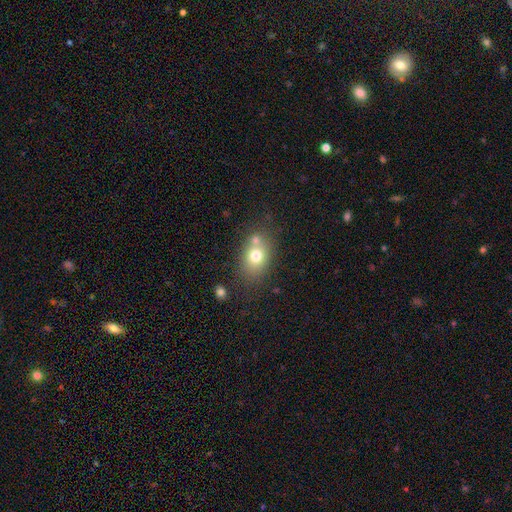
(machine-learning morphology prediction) smooth-or-featured: smooth: 73% | featured or disk: 16% | star or artifact: 11%
  how-rounded: in between: 65% | round: 34% | cigar-shaped: 1%
  merging: none: 58% | merger: 23% | minor disturbance: 14% | major disturbance: 5%